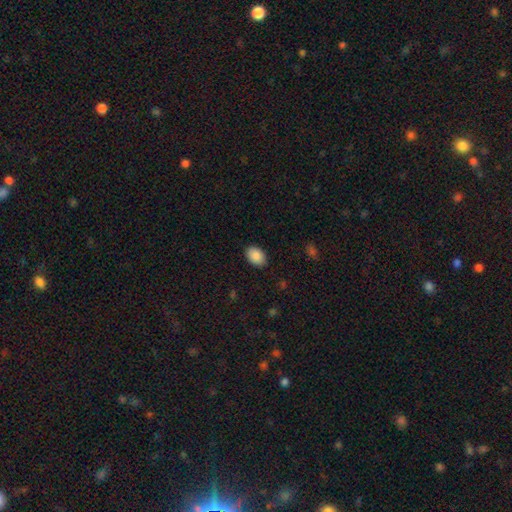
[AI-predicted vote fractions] This appears to be a smooth galaxy with no disk features (89%) that is in between round and cigar-shaped (83%). Merging: none (88%).